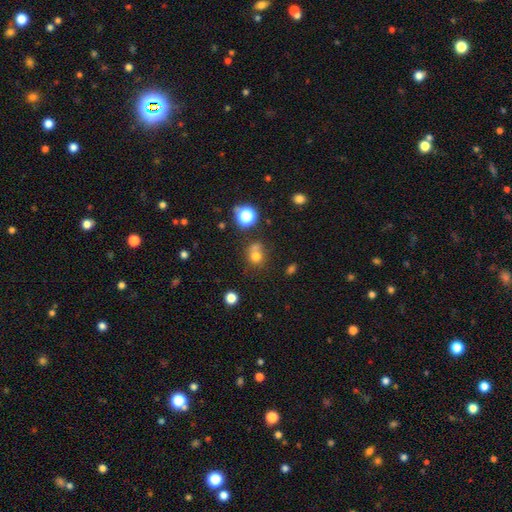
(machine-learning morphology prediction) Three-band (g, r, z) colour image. It shows a smooth galaxy with no disk features (72%) that is round (77%). Merging: none (47%).